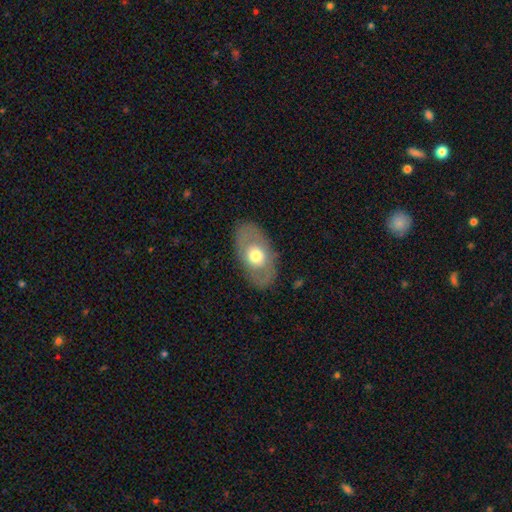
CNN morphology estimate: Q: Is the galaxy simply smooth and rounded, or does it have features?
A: smooth — 53%.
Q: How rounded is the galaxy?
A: in between — 87%.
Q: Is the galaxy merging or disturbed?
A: none — 82%.